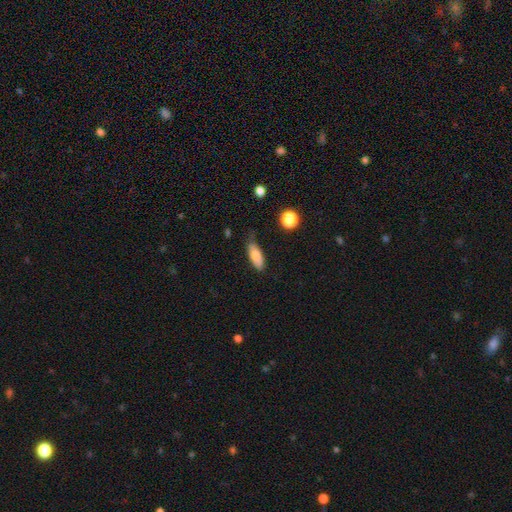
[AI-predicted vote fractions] Smooth or featured?
  - smooth: 79% *
  - featured or disk: 14%
  - star or artifact: 8%
How rounded?
  - in between: 72% *
  - cigar-shaped: 25%
  - round: 3%
Merging?
  - none: 58% *
  - minor disturbance: 32%
  - major disturbance: 7%
  - merger: 2%